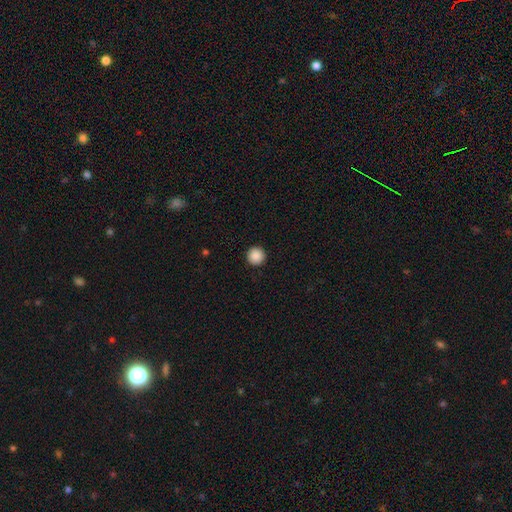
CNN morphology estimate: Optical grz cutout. It shows a smooth galaxy with no disk features (89%) that is round (97%). Merging: none (94%).